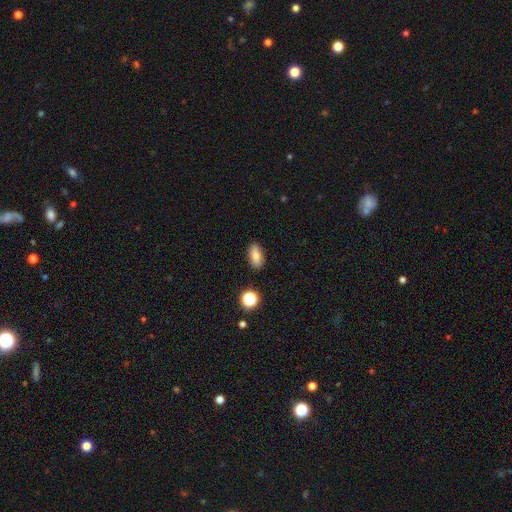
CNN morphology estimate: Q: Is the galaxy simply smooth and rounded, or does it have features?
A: smooth — 79%.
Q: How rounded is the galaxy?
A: in between — 84%.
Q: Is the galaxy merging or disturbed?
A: none — 88%.